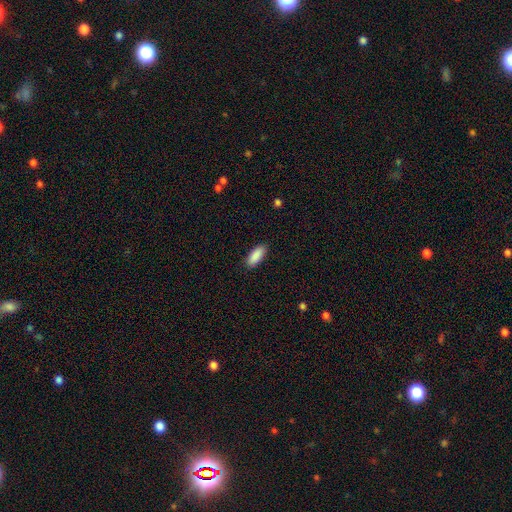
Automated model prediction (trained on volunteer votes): Smooth or featured? Predicted: smooth (p=0.90). How rounded? Predicted: in between (p=0.78). Merging? Predicted: none (p=0.88).